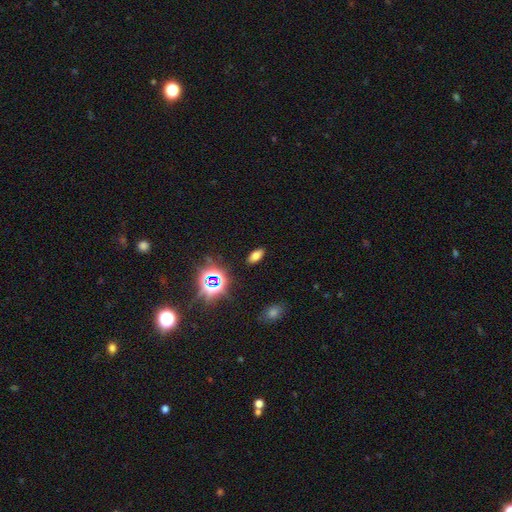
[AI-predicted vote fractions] smooth-or-featured: smooth: 68% | star or artifact: 24% | featured or disk: 8%
  how-rounded: in between: 88% | cigar-shaped: 6% | round: 6%
  merging: none: 89% | minor disturbance: 8% | major disturbance: 2% | merger: 1%